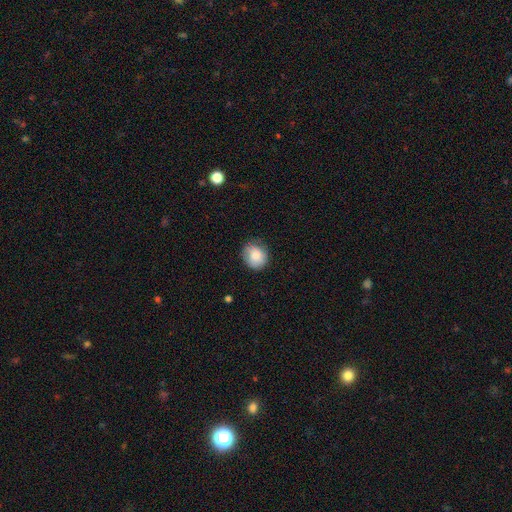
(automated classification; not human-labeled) Overall: smooth (82%). How rounded: round (78%). Merging: none (72%).